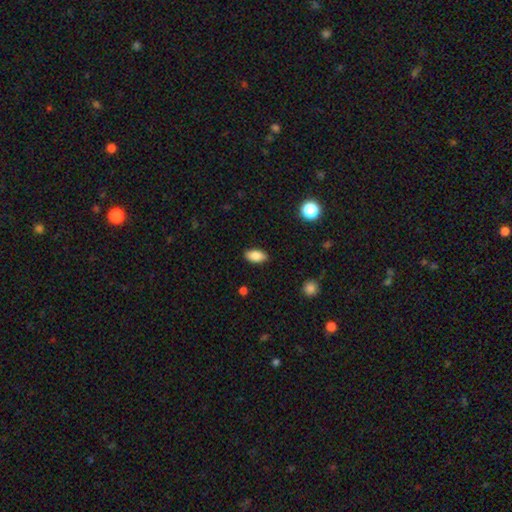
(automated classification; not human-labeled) Overall: smooth (86%). How rounded: in between (92%). Merging: none (88%).